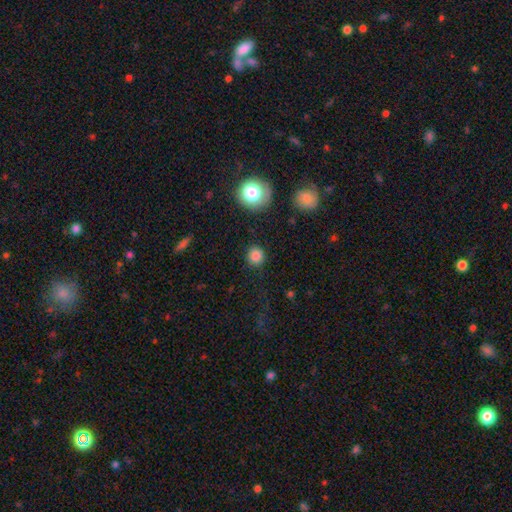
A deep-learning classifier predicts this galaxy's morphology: smooth 84%, star or artifact 11%, featured or disk 4%. Down the decision tree: how rounded — round (92%); merging — none (89%).